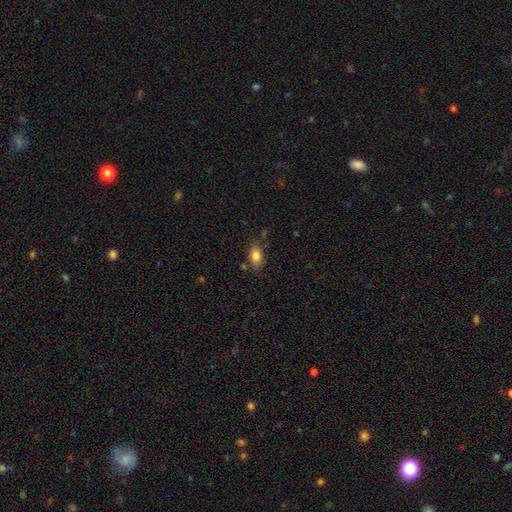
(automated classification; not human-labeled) Smooth or featured?
  - smooth: 83% *
  - star or artifact: 9%
  - featured or disk: 8%
How rounded?
  - in between: 86% *
  - round: 11%
  - cigar-shaped: 3%
Merging?
  - none: 76% *
  - minor disturbance: 16%
  - merger: 5%
  - major disturbance: 4%